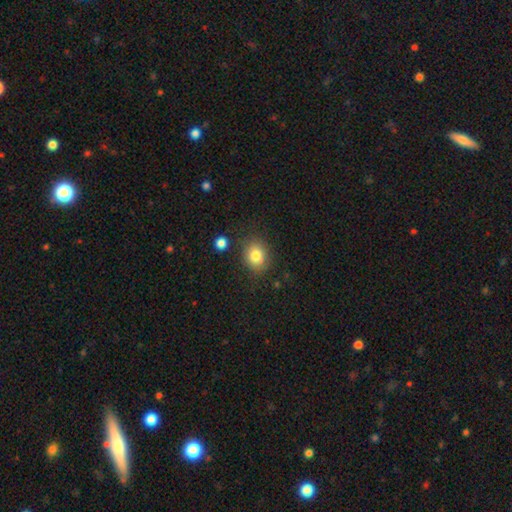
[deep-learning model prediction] smooth-or-featured: smooth: 82% | star or artifact: 10% | featured or disk: 8%
  how-rounded: round: 61% | in between: 38% | cigar-shaped: 1%
  merging: none: 81% | minor disturbance: 11% | major disturbance: 4% | merger: 4%